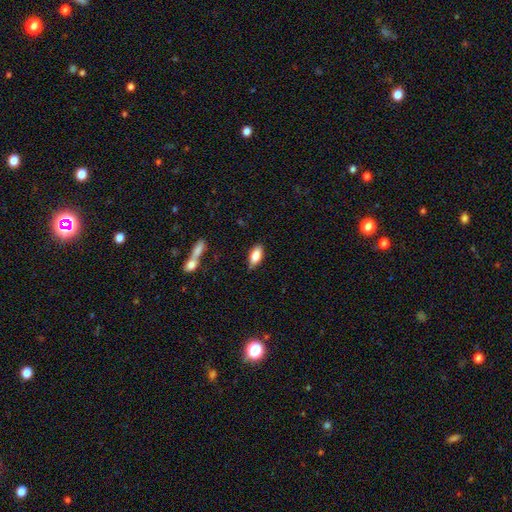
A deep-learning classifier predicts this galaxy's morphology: The model was most divided on "merging": none: 83%, minor disturbance: 12%, major disturbance: 2%, merger: 2%. More confident: how rounded — in between (86%); smooth or featured — smooth (83%).